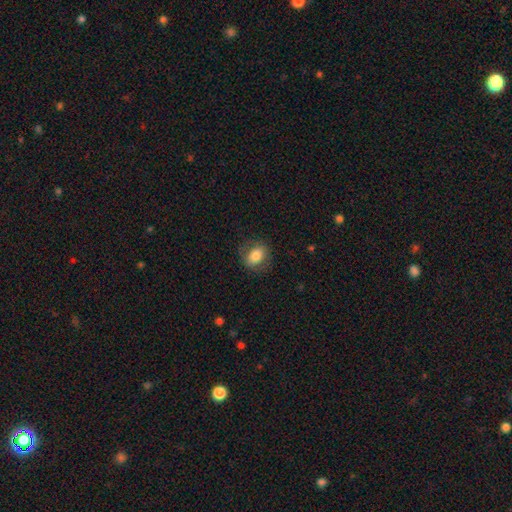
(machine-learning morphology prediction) Overall: smooth (77%). How rounded: in between (63%; round 36%). Merging: none (77%).